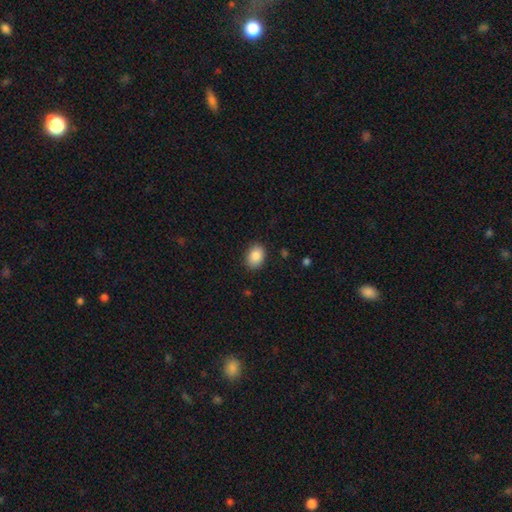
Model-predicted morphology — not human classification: Overall: smooth (88%). How rounded: in between (72%). Merging: none (88%).